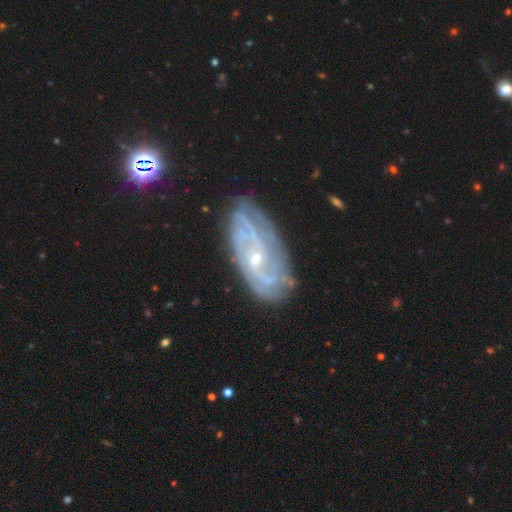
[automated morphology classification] This appears to be a featured or disk galaxy (82%) with no bar (65%), tight (61%) spiral arms (92%) and a small central bulge (75%). Merging: none (76%).